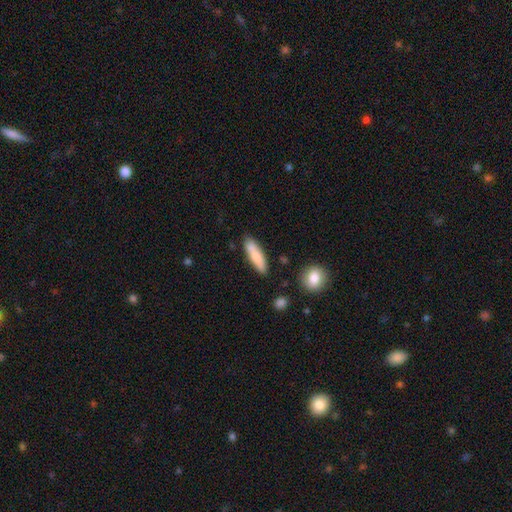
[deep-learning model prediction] A smooth galaxy with no disk features (77%) that is cigar-shaped (67%).

Vote fractions:
- Smooth or featured? smooth: 77% / featured or disk: 17% / star or artifact: 6%
- How rounded? cigar-shaped: 67% / in between: 31% / round: 2%
- Merging? none: 79% / minor disturbance: 14% / merger: 5% / major disturbance: 3%